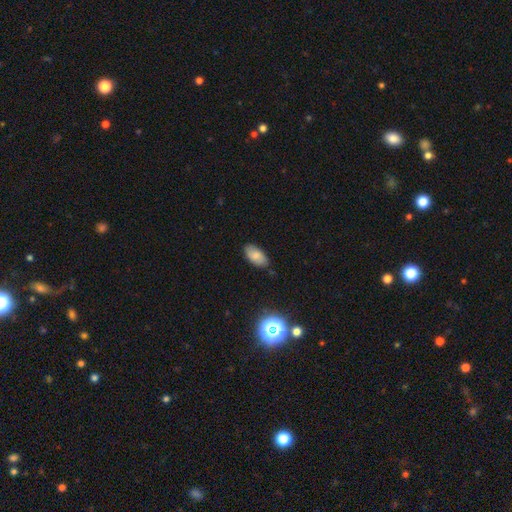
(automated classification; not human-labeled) A smooth galaxy with no disk features (78%) that is in between round and cigar-shaped (93%). Merging: none (81%).